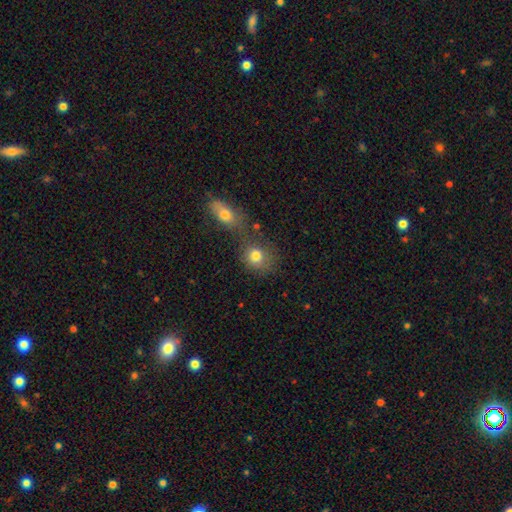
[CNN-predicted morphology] smooth-or-featured: smooth: 78% | star or artifact: 12% | featured or disk: 11%
  how-rounded: round: 69% | in between: 29% | cigar-shaped: 2%
  merging: none: 46% | merger: 38% | minor disturbance: 10% | major disturbance: 6%